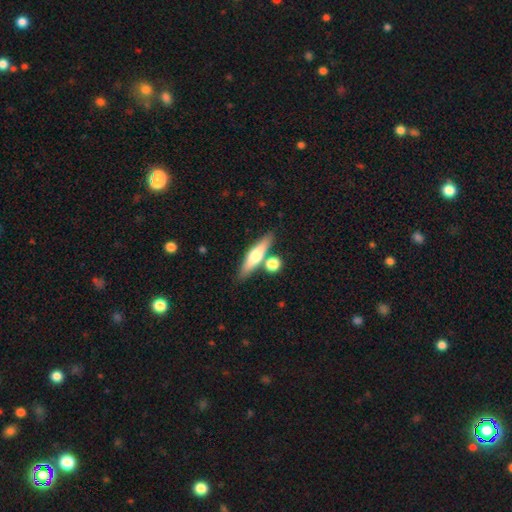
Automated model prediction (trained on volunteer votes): Overall: smooth (50%; featured or disk 44%). Merging: none (73%).